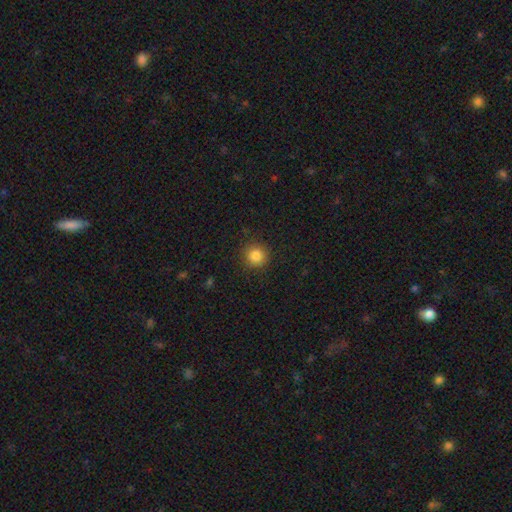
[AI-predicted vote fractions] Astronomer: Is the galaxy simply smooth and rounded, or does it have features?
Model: smooth — 84%.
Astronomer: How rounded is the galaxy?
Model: round — 94%.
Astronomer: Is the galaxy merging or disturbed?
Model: none — 90%.